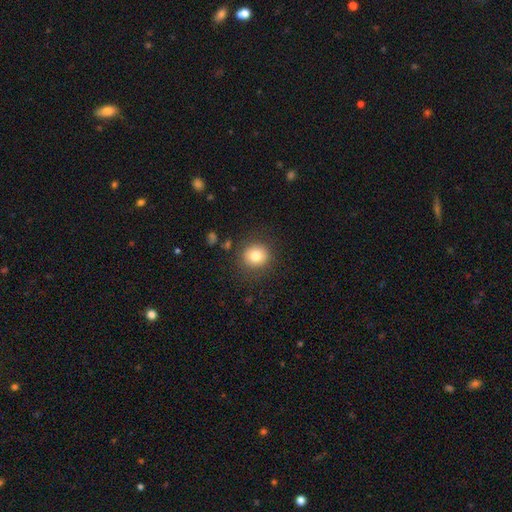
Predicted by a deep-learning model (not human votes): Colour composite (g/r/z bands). It shows a smooth galaxy with no disk features (79%) that is round (88%). Merging: none (86%).